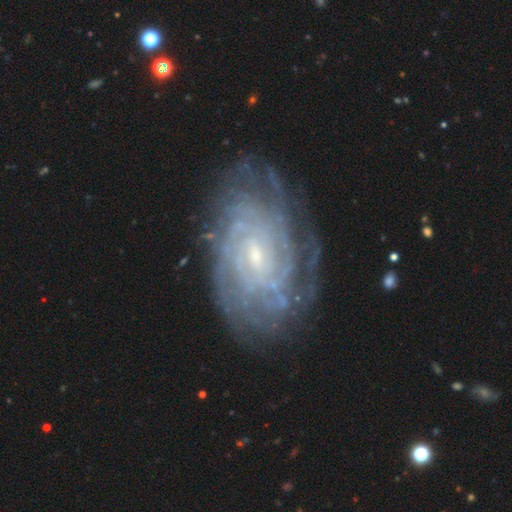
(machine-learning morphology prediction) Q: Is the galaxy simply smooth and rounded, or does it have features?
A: featured or disk — 89%.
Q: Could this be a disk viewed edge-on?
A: no — 97%.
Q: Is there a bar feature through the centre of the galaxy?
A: weak — 47%.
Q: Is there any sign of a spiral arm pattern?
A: yes — 97%.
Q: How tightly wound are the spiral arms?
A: tight — 82%.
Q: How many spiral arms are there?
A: can't tell — 37%.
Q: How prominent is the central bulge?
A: small — 70%.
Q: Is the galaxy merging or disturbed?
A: none — 77%.